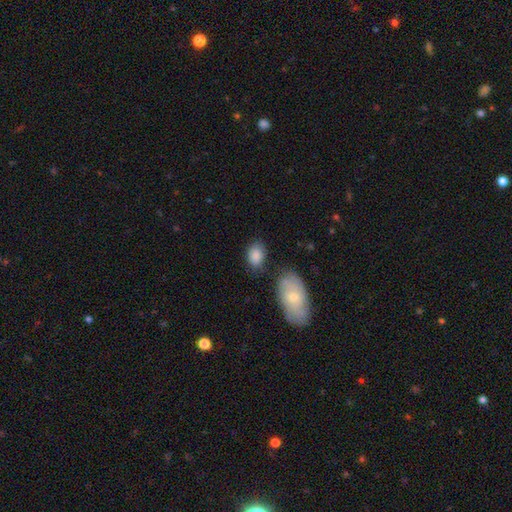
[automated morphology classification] A smooth galaxy with no disk features (85%) that is in between round and cigar-shaped (83%).

Vote fractions:
- Smooth or featured? smooth: 85% / featured or disk: 8% / star or artifact: 7%
- How rounded? in between: 83% / round: 16% / cigar-shaped: 1%
- Merging? none: 67% / minor disturbance: 18% / merger: 9% / major disturbance: 6%